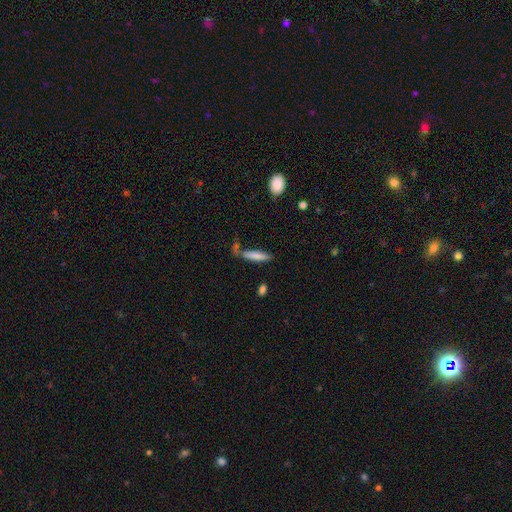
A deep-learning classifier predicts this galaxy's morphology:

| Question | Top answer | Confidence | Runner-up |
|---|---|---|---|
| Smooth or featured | smooth | 79% | featured or disk (15%) |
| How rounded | cigar-shaped | 80% | in between (19%) |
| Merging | none | 64% | minor disturbance (17%) |